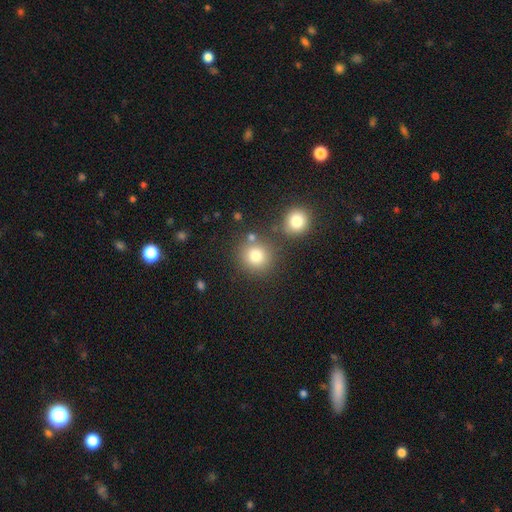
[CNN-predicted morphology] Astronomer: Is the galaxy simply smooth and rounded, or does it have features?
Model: smooth — 79%.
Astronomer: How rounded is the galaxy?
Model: round — 89%.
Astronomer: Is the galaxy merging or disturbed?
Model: none — 74%.